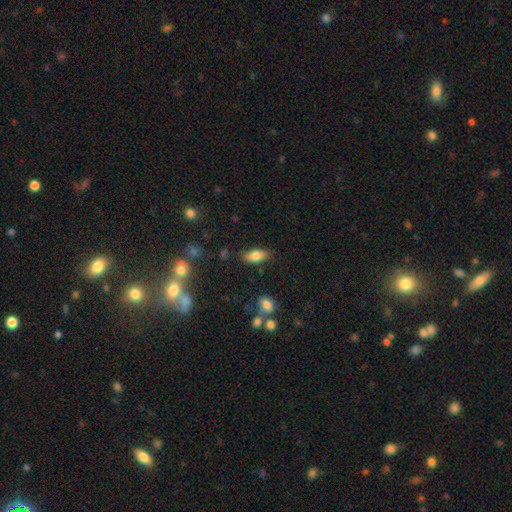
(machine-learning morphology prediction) Smooth or featured?
  - smooth: 80% *
  - featured or disk: 11%
  - star or artifact: 8%
How rounded?
  - in between: 86% *
  - cigar-shaped: 11%
  - round: 3%
Merging?
  - none: 81% *
  - minor disturbance: 13%
  - major disturbance: 3%
  - merger: 3%